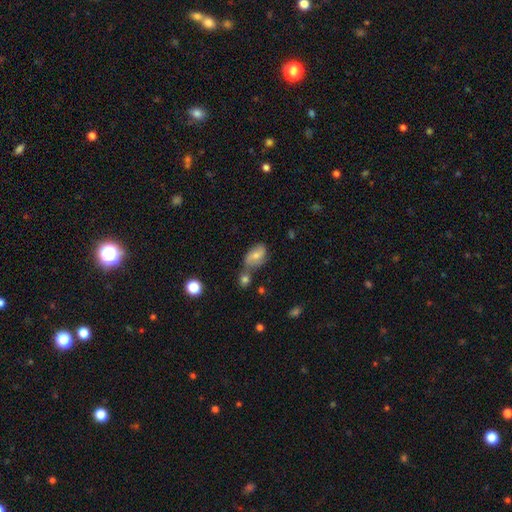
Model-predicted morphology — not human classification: A smooth galaxy with no disk features (53%) that is in between round and cigar-shaped (86%).

Vote fractions:
- Smooth or featured? smooth: 53% / featured or disk: 38% / star or artifact: 10%
- How rounded? in between: 86% / round: 12% / cigar-shaped: 3%
- Merging? none: 44% / merger: 28% / minor disturbance: 21% / major disturbance: 8%